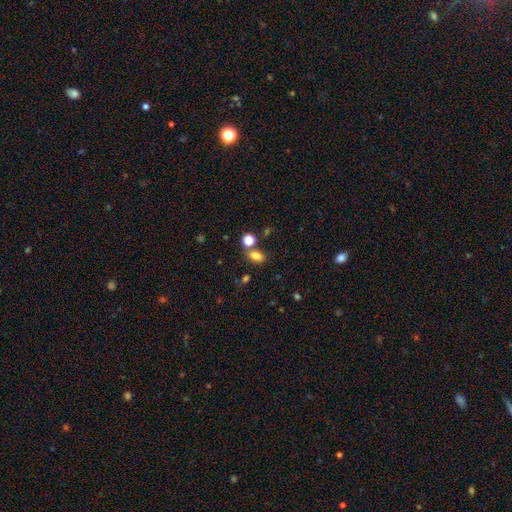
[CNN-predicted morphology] Smooth or featured?
  - smooth: 79% *
  - star or artifact: 14%
  - featured or disk: 7%
How rounded?
  - in between: 76% *
  - round: 22%
  - cigar-shaped: 2%
Merging?
  - none: 66% *
  - merger: 18%
  - minor disturbance: 12%
  - major disturbance: 4%